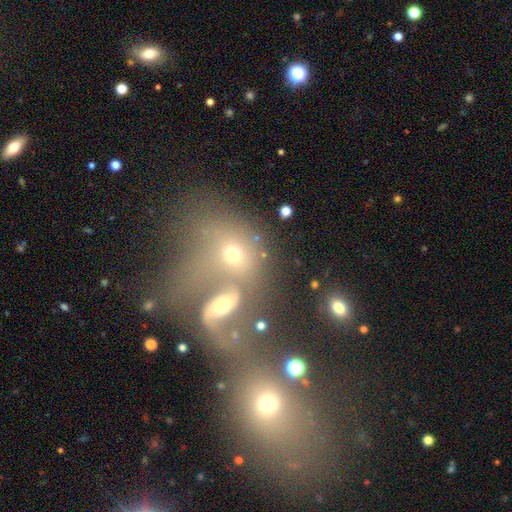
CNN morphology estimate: Smooth or featured?
  - smooth: 43% *
  - star or artifact: 30%
  - featured or disk: 27%
Merging?
  - merger: 72% *
  - none: 16%
  - major disturbance: 7%
  - minor disturbance: 5%